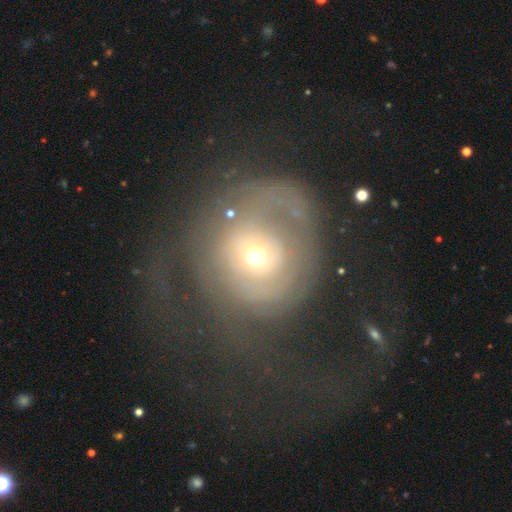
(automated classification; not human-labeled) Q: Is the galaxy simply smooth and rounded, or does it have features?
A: featured or disk — 60%.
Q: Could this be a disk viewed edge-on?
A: no — 96%.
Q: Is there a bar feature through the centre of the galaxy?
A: no — 83%.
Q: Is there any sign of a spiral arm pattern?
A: yes — 55%.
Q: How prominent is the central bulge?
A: moderate — 49%.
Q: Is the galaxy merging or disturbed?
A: major disturbance — 52%.